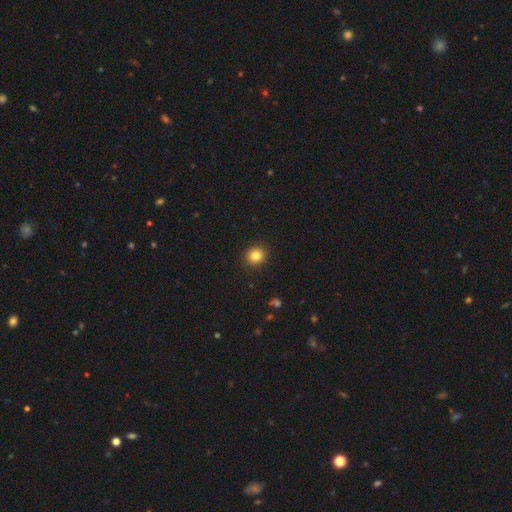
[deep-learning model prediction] smooth_or_featured: smooth (p=0.83) [alt: star or artifact p=0.11]
how_rounded: round (p=0.88) [alt: in between p=0.11]
merging: none (p=0.92) [alt: minor disturbance p=0.05]